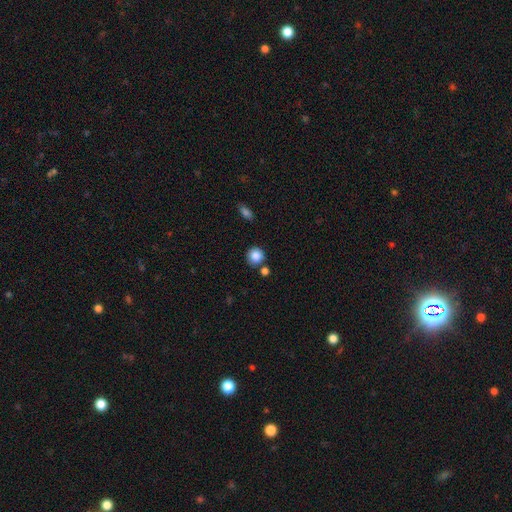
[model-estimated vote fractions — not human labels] Smooth or featured?
  - smooth: 86% *
  - star or artifact: 9%
  - featured or disk: 5%
How rounded?
  - round: 91% *
  - in between: 8%
  - cigar-shaped: 1%
Merging?
  - none: 76% *
  - minor disturbance: 11%
  - merger: 10%
  - major disturbance: 3%